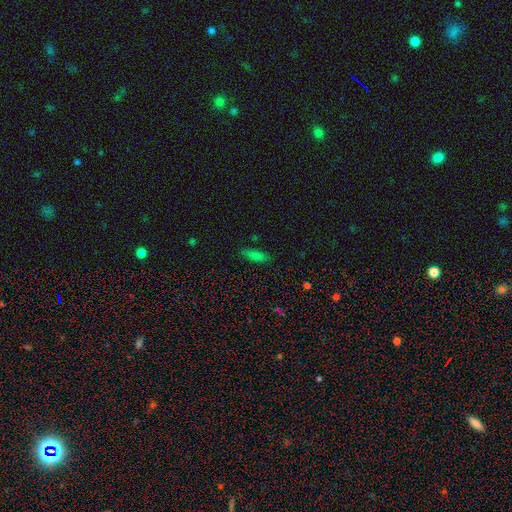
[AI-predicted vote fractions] Morphology: type=smooth (77%); roundness=in between (55%); merging=none (83%).